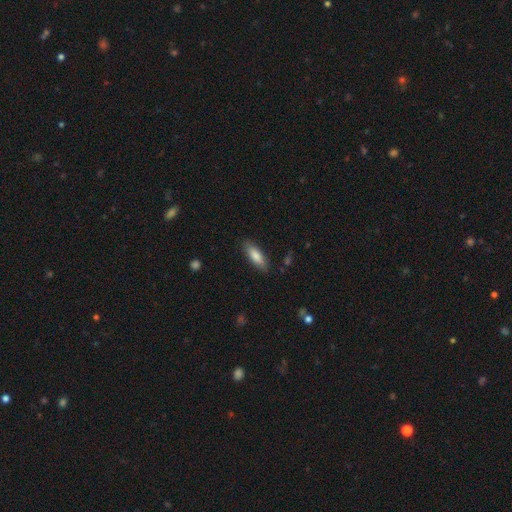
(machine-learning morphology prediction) smooth_or_featured: smooth (p=0.82) [alt: featured or disk p=0.12]
how_rounded: in between (p=0.63) [alt: cigar-shaped p=0.36]
merging: none (p=0.84) [alt: minor disturbance p=0.12]